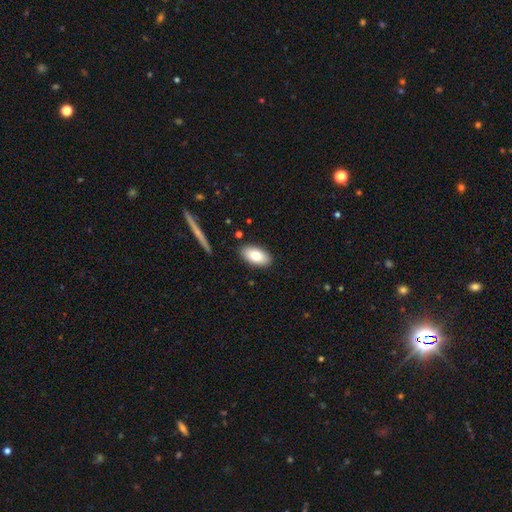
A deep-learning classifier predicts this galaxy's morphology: This is likely a smooth galaxy (77%). How rounded: clearly in between (93%). Merging: clearly none (87%).